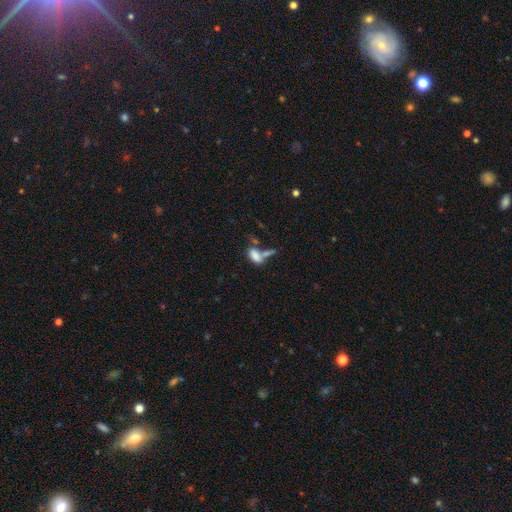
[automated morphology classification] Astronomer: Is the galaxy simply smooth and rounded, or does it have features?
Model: smooth — 73%.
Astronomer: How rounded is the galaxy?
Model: in between — 85%.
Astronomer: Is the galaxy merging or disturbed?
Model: merger — 50%.